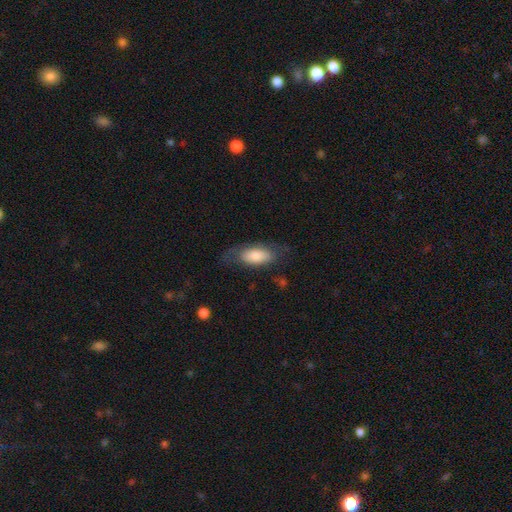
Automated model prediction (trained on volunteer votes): Overall: smooth (68%). How rounded: in between (82%). Merging: none (61%; minor disturbance 24%).